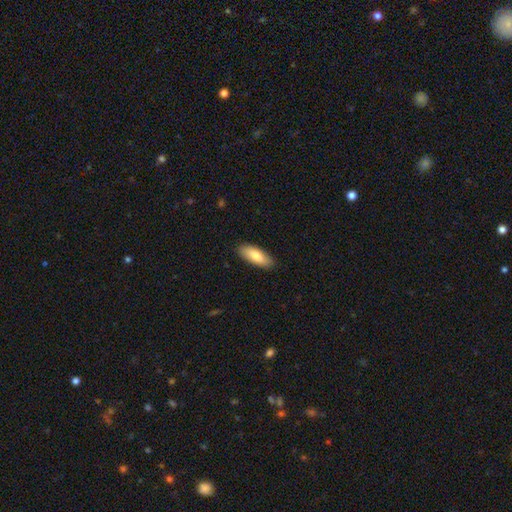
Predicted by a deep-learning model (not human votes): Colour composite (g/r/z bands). It shows a smooth galaxy with no disk features (79%) that is in between round and cigar-shaped (73%). Merging: none (87%).